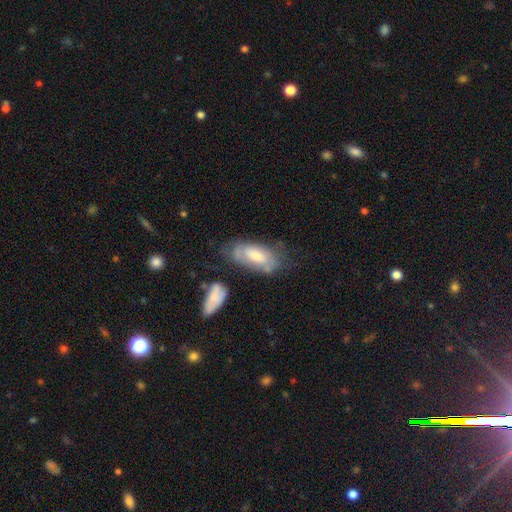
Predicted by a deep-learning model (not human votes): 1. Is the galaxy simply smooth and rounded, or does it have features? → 47% smooth, 46% featured or disk, 7% star or artifact.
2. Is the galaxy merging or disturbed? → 48% none, 27% minor disturbance, 16% major disturbance, 9% merger.